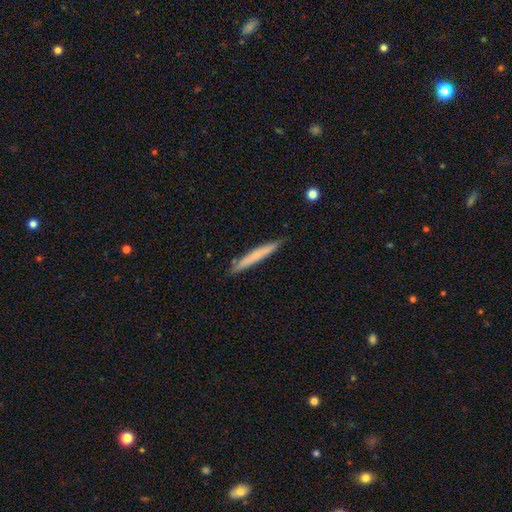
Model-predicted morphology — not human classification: smooth-or-featured: smooth: 63% | featured or disk: 31% | star or artifact: 6%
  how-rounded: cigar-shaped: 96% | in between: 3% | round: 1%
  merging: none: 87% | minor disturbance: 10% | major disturbance: 1% | merger: 1%